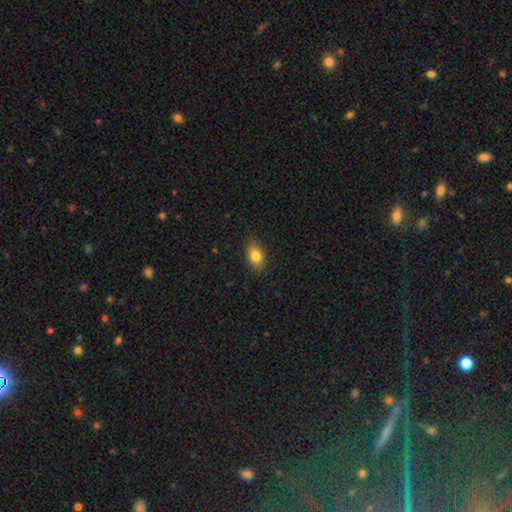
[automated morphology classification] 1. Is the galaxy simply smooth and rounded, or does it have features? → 82% smooth, 10% featured or disk, 8% star or artifact.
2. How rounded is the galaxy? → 87% in between, 10% round, 3% cigar-shaped.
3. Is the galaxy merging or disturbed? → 86% none, 10% minor disturbance, 2% major disturbance, 1% merger.